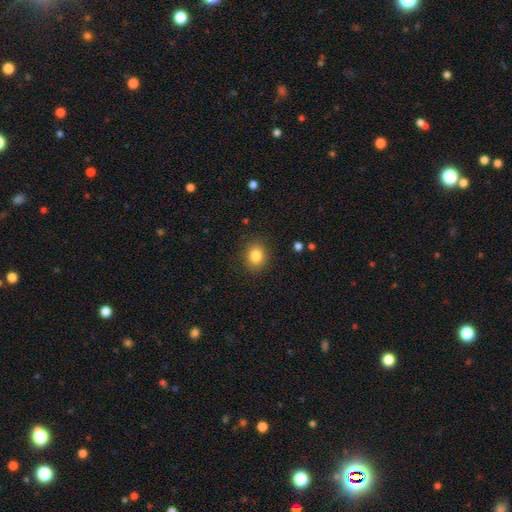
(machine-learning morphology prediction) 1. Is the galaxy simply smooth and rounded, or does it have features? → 84% smooth, 10% star or artifact, 6% featured or disk.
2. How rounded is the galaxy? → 69% round, 30% in between, 1% cigar-shaped.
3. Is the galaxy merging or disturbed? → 88% none, 8% minor disturbance, 3% major disturbance, 1% merger.